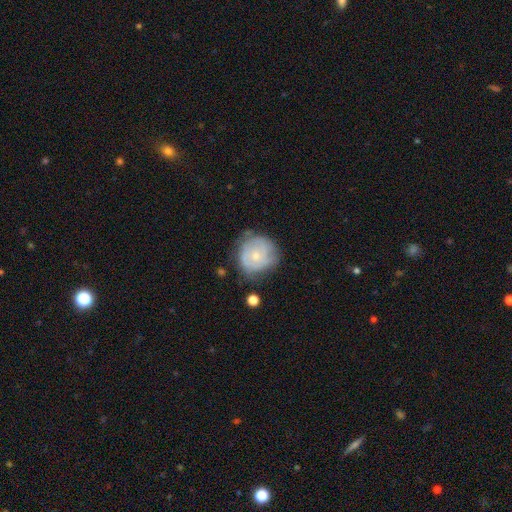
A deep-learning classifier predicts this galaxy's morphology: Smooth or featured? Predicted: featured or disk (p=0.48). Merging? Predicted: none (p=0.58).